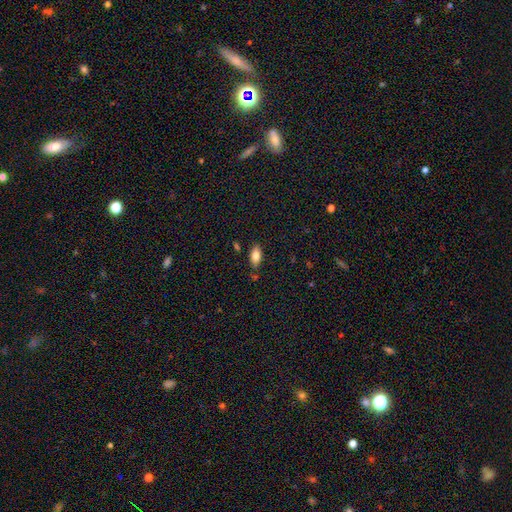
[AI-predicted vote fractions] A smooth galaxy with no disk features (79%) that is in between round and cigar-shaped (90%). Merging: none (80%).